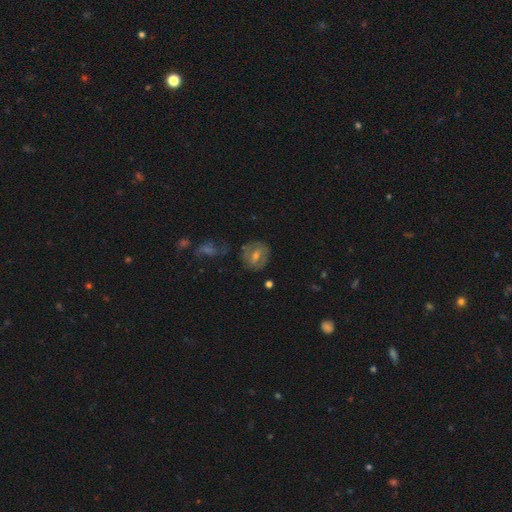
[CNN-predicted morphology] The model was most divided on "smooth or featured": featured or disk: 48%, smooth: 39%, star or artifact: 13%. More confident: merging — none (69%).